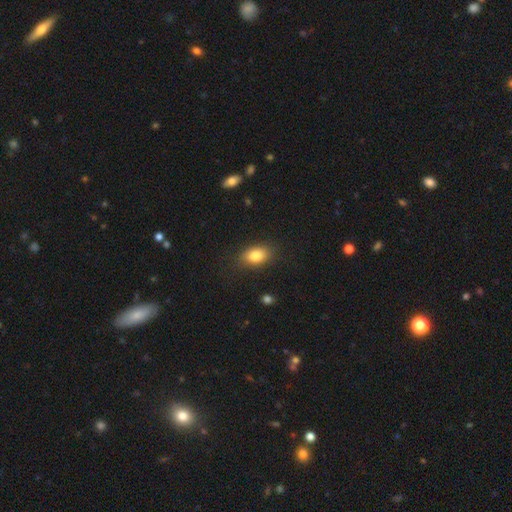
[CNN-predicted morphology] Smooth or featured? smooth (83%)
How rounded? in between (84%)
Merging? none (83%)